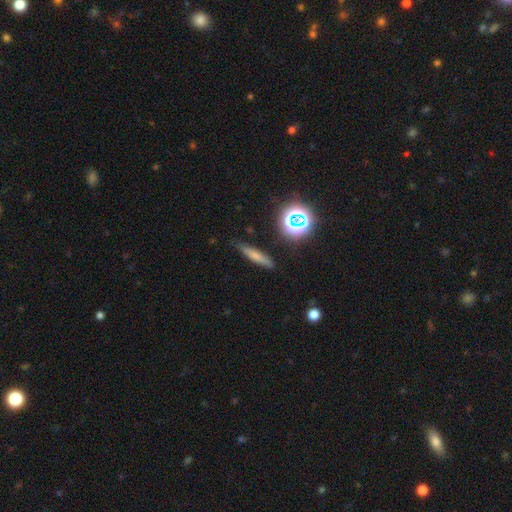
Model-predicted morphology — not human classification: This appears to be a smooth galaxy with no disk features (65%) that is cigar-shaped (84%). Merging: none (81%).